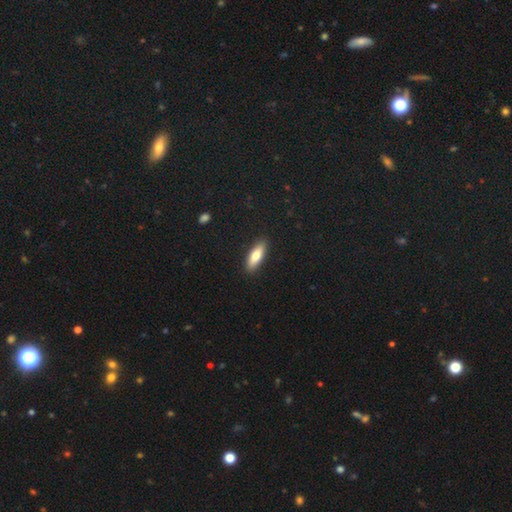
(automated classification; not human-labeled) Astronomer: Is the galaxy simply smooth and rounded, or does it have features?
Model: smooth — 76%.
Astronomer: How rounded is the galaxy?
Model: in between — 58% (runner-up: cigar-shaped, 40%).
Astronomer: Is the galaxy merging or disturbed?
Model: none — 89%.